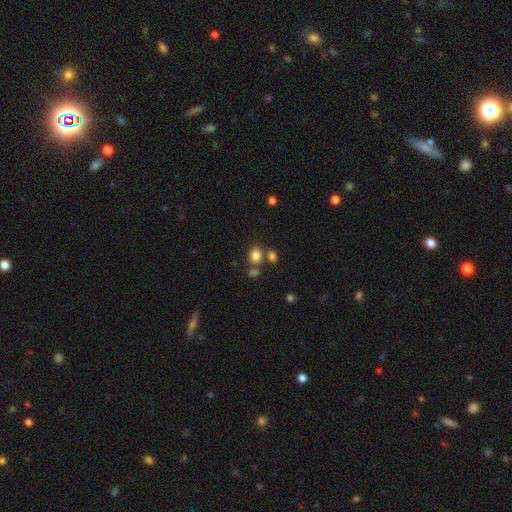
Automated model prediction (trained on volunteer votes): Morphology: type=smooth (82%); roundness=round (60%); merging=none (66%).